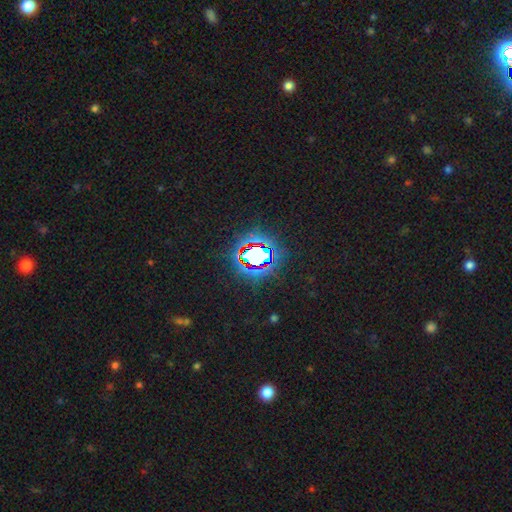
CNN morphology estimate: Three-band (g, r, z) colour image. It shows a star or artifact, not a galaxy (81%).